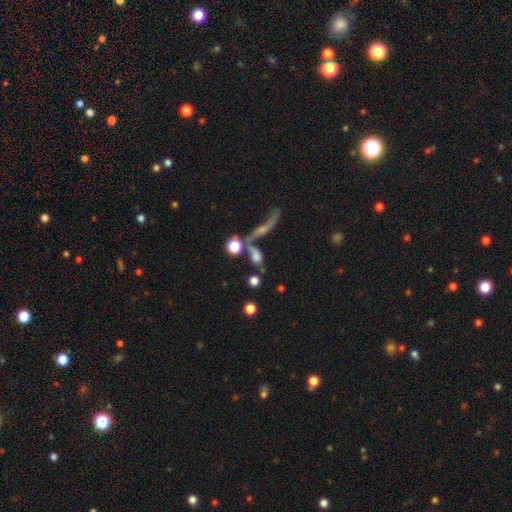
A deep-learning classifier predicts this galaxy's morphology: smooth 60%, featured or disk 26%, star or artifact 14%. Down the decision tree: how rounded — round (48%); merging — none (41%).